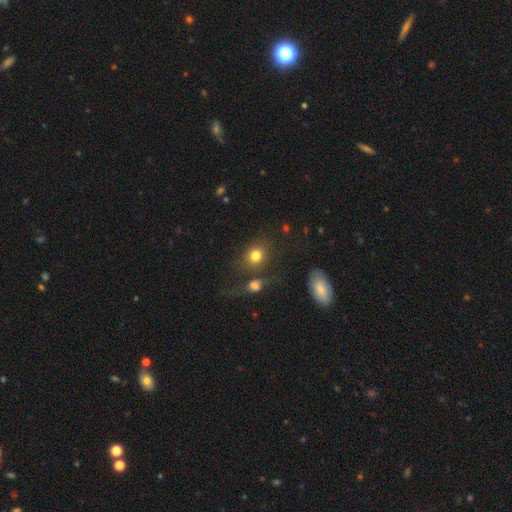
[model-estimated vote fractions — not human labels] This is likely a smooth galaxy (79%). How rounded: likely round (65%). Merging: possibly none (58%).